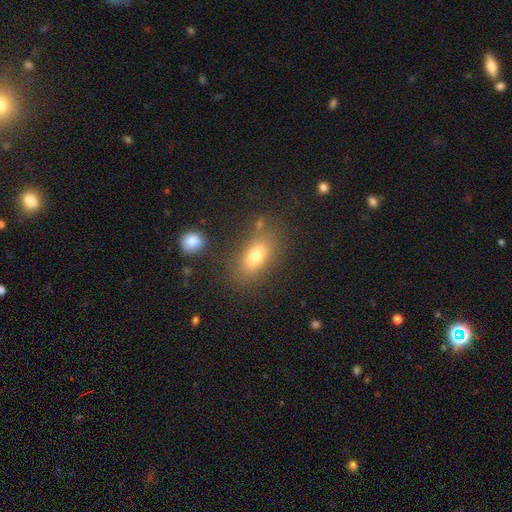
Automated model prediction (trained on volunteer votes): This is likely a smooth galaxy (76%). How rounded: clearly in between (85%). Merging: likely none (75%).